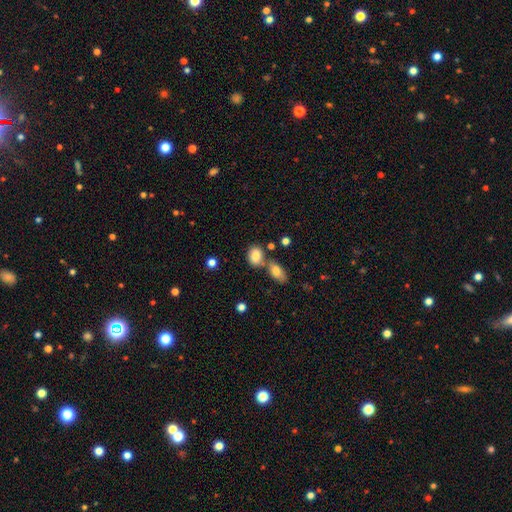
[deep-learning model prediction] smooth-or-featured: smooth: 84% | star or artifact: 8% | featured or disk: 8%
  how-rounded: in between: 71% | round: 27% | cigar-shaped: 2%
  merging: none: 53% | merger: 30% | minor disturbance: 13% | major disturbance: 4%